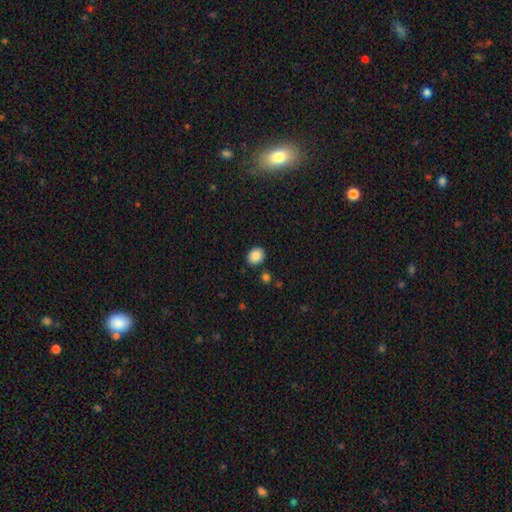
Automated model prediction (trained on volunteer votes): A smooth galaxy with no disk features (88%) that is round (56%).

Vote fractions:
- Smooth or featured? smooth: 88% / star or artifact: 9% / featured or disk: 4%
- How rounded? round: 56% / in between: 44% / cigar-shaped: 1%
- Merging? none: 86% / minor disturbance: 9% / merger: 3% / major disturbance: 2%